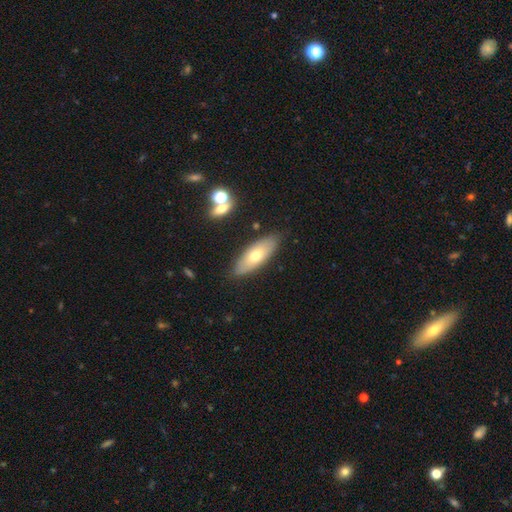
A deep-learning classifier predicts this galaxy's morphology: smooth_or_featured: smooth (p=0.63) [alt: featured or disk p=0.30]
how_rounded: in between (p=0.71) [alt: cigar-shaped p=0.27]
merging: none (p=0.83) [alt: minor disturbance p=0.12]